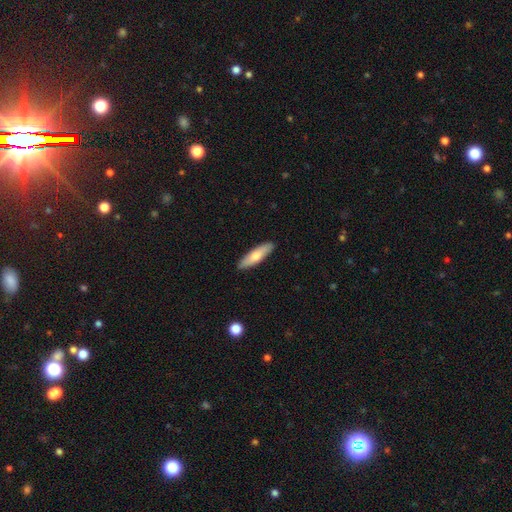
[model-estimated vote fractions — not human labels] The model was most divided on "how rounded": cigar-shaped: 64%, in between: 34%, round: 2%. More confident: merging — none (90%); smooth or featured — smooth (69%).